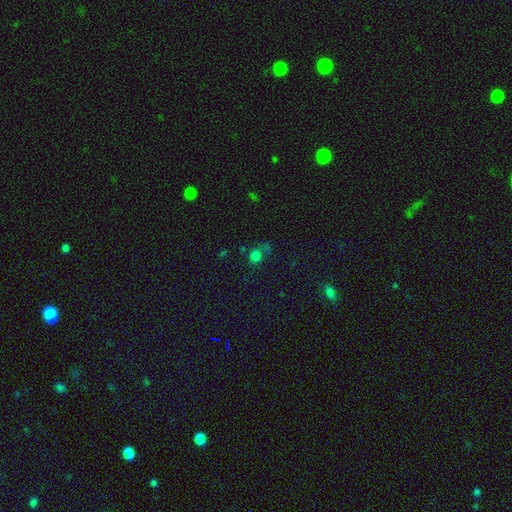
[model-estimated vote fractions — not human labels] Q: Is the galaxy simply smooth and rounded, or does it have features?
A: smooth — 64%.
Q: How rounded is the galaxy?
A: round — 76%.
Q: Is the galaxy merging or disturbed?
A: none — 53%.